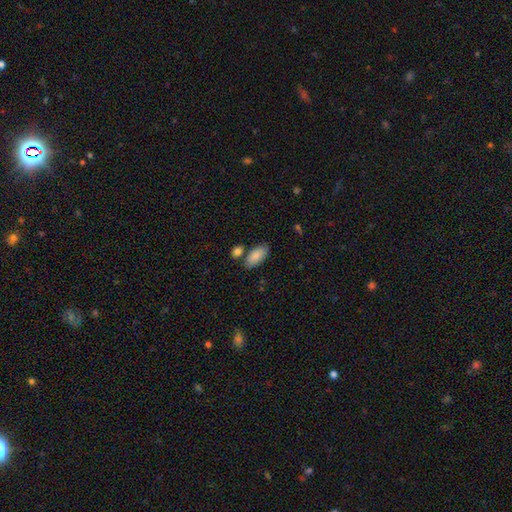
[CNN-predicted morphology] A smooth galaxy with no disk features (87%) that is in between round and cigar-shaped (92%).

Vote fractions:
- Smooth or featured? smooth: 87% / featured or disk: 7% / star or artifact: 6%
- How rounded? in between: 92% / cigar-shaped: 6% / round: 2%
- Merging? none: 72% / minor disturbance: 13% / merger: 11% / major disturbance: 3%